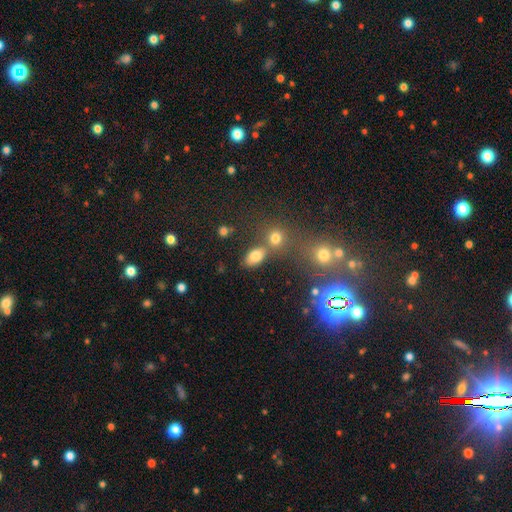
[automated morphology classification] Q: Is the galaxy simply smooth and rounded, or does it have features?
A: smooth — 77%.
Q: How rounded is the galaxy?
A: in between — 84%.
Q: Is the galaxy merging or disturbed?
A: none — 66%.